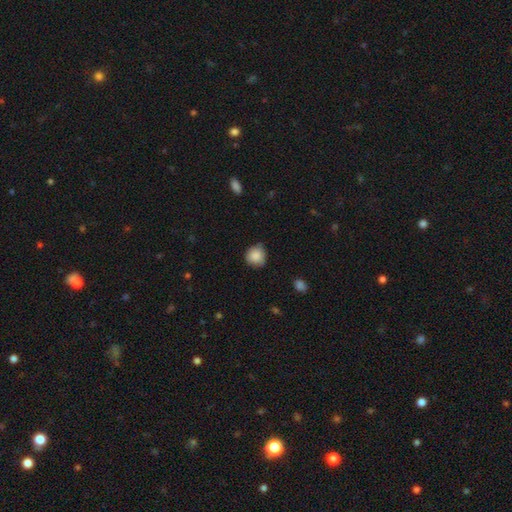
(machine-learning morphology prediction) type=smooth (86%); roundness=round (87%); merging=none (69%).